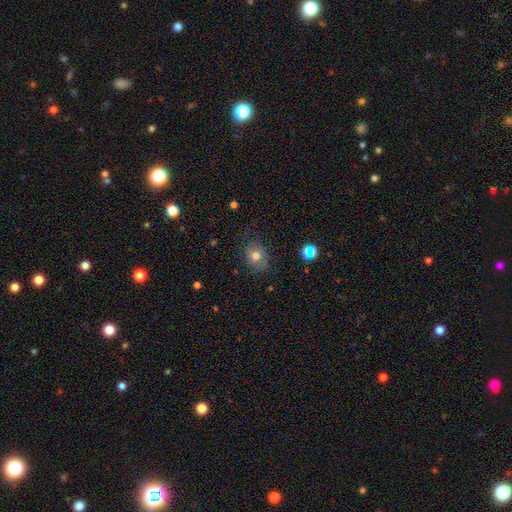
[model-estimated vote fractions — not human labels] Smooth or featured? smooth (74%)
How rounded? round (57%)
Merging? none (73%)